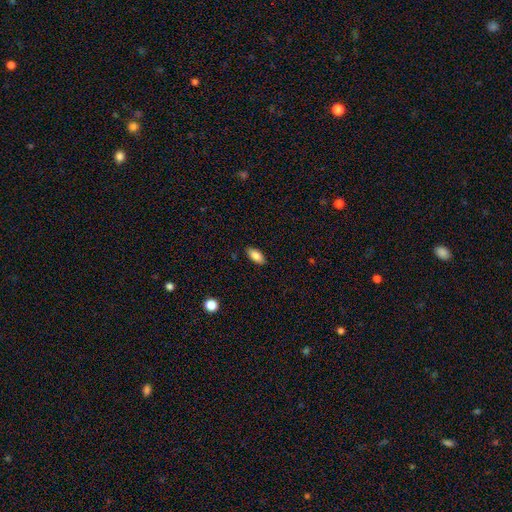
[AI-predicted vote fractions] Smooth or featured?
  - smooth: 85% *
  - featured or disk: 8%
  - star or artifact: 7%
How rounded?
  - in between: 87% *
  - cigar-shaped: 10%
  - round: 2%
Merging?
  - none: 88% *
  - minor disturbance: 9%
  - major disturbance: 2%
  - merger: 1%